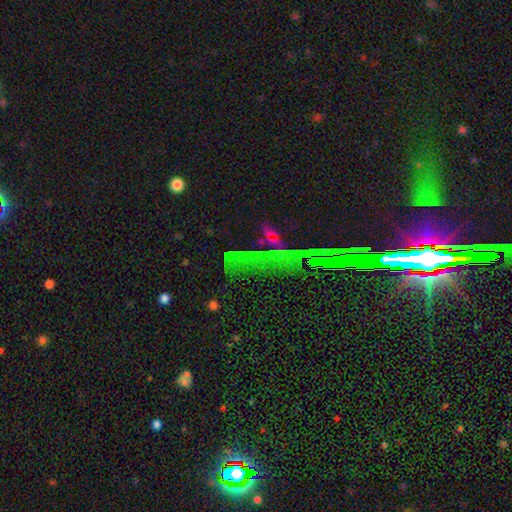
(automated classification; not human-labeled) Morphology: type=star or artifact (70%).